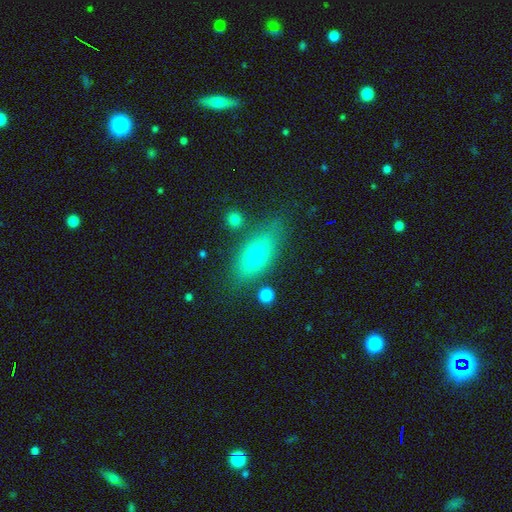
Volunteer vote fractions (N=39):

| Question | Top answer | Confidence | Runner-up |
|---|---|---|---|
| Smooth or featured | smooth | 54% | featured or disk (33%) |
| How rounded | in between | 76% | cigar-shaped (24%) |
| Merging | none | 74% | minor disturbance (18%) |